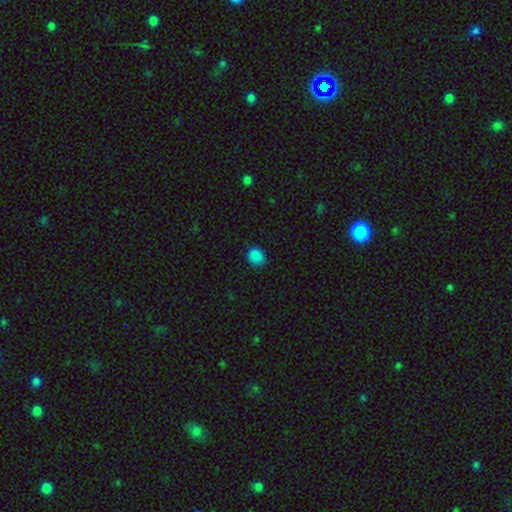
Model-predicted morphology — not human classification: This is clearly a smooth galaxy (85%). How rounded: likely round (66%). Merging: clearly none (85%).